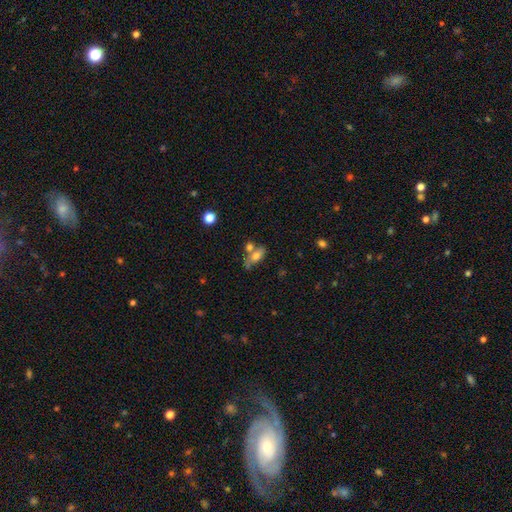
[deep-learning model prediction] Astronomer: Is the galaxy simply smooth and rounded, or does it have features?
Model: smooth — 65%.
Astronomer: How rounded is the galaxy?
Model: in between — 80%.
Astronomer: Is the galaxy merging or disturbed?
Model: none — 40% (runner-up: merger, 35%).